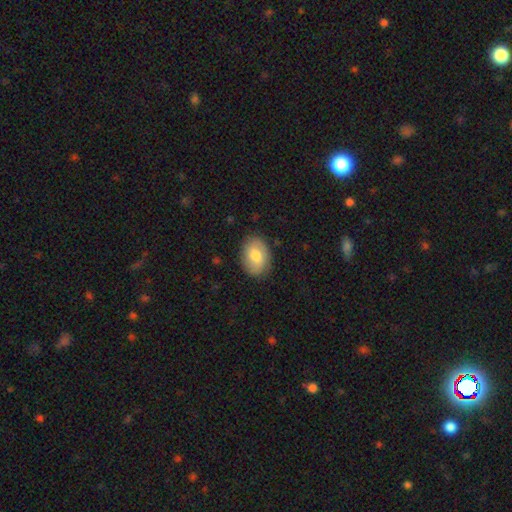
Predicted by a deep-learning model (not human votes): A smooth galaxy with no disk features (75%) that is in between round and cigar-shaped (80%).

Vote fractions:
- Smooth or featured? smooth: 75% / featured or disk: 19% / star or artifact: 6%
- How rounded? in between: 80% / round: 19% / cigar-shaped: 1%
- Merging? none: 84% / minor disturbance: 12% / major disturbance: 3% / merger: 1%